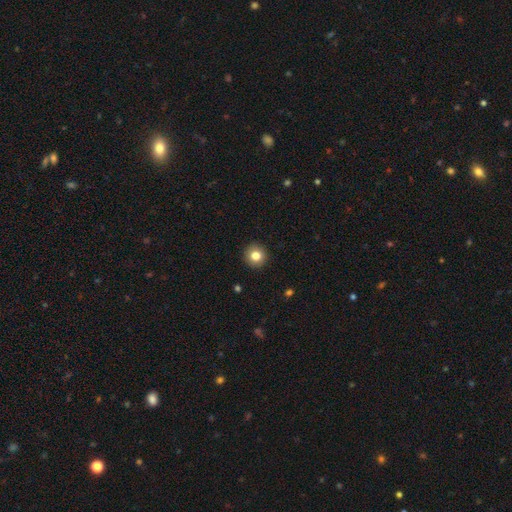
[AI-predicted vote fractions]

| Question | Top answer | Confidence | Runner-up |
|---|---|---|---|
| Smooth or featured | smooth | 81% | star or artifact (11%) |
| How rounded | round | 95% | in between (4%) |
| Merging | none | 93% | minor disturbance (5%) |